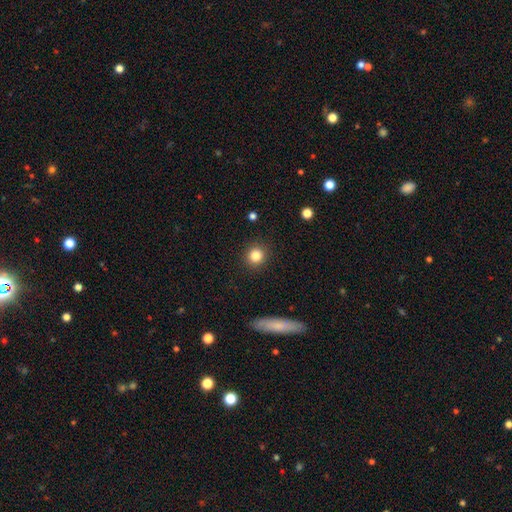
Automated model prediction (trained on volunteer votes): Smooth or featured? smooth (83%)
How rounded? round (91%)
Merging? none (91%)